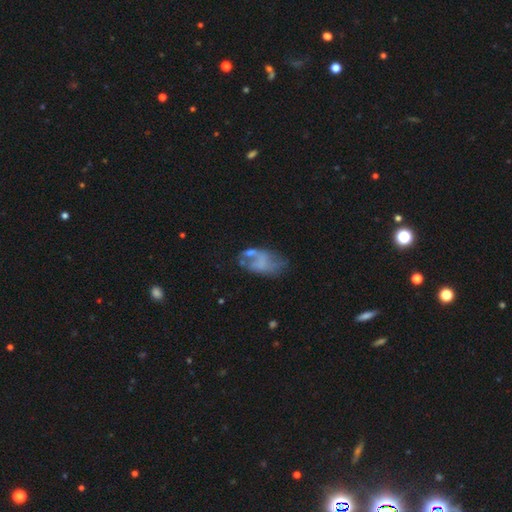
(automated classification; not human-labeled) Q: Smooth or featured?
A: featured or disk (51%); runner-up: smooth (37%)
Q: Edge-on disk?
A: no (97%); runner-up: yes (3%)
Q: Merging?
A: none (33%); runner-up: major disturbance (29%)